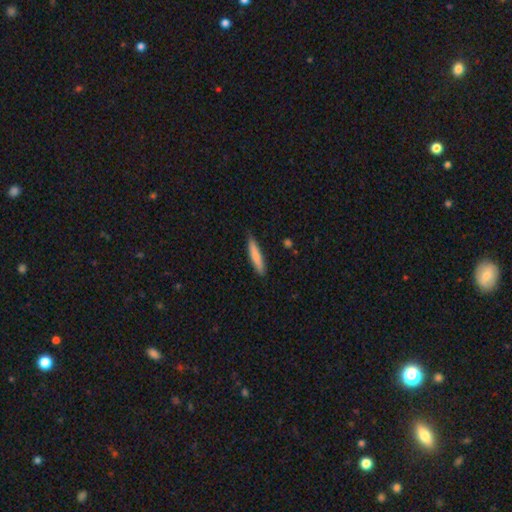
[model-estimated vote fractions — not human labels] smooth-or-featured: smooth: 76% | featured or disk: 18% | star or artifact: 6%
  how-rounded: cigar-shaped: 88% | in between: 11% | round: 1%
  merging: none: 83% | minor disturbance: 14% | major disturbance: 2% | merger: 1%